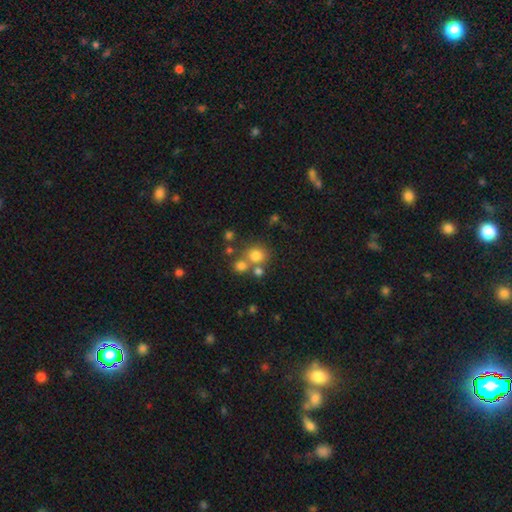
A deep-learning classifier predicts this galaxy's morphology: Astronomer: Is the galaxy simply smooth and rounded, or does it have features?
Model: smooth — 74%.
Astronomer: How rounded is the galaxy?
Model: round — 83%.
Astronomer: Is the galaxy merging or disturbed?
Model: none — 57%.